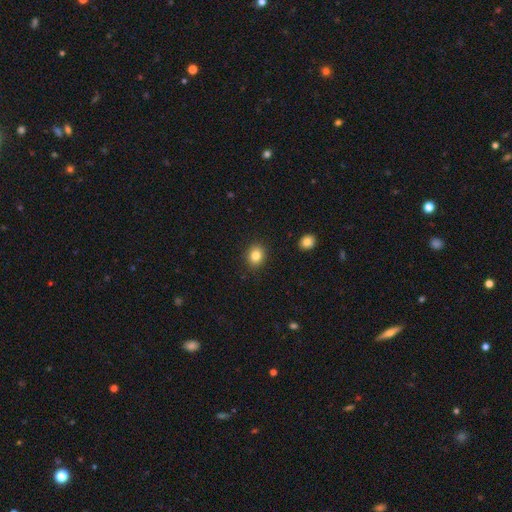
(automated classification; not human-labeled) A smooth galaxy with no disk features (83%) that is round (64%). Merging: none (90%).